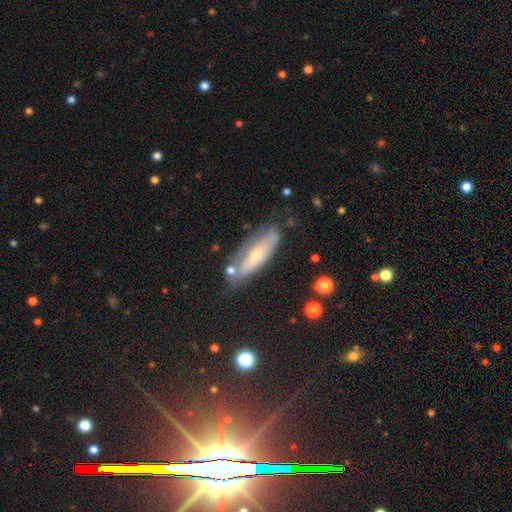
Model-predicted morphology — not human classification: Smooth or featured?
  - smooth: 49% *
  - featured or disk: 43%
  - star or artifact: 8%
Merging?
  - none: 63% *
  - minor disturbance: 23%
  - major disturbance: 8%
  - merger: 6%